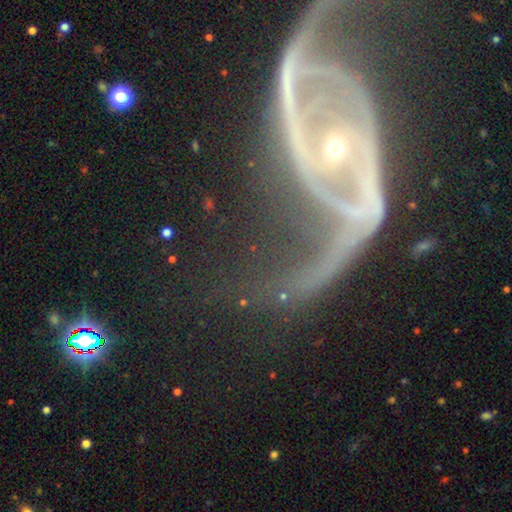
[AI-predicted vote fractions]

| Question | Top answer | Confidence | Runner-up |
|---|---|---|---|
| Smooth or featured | featured or disk | 78% | star or artifact (13%) |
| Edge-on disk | no | 91% | yes (9%) |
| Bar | no | 42% | strong (34%) |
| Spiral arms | yes | 80% | no (20%) |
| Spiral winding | loose | 45% | medium (34%) |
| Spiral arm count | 2 | 78% | can't tell (8%) |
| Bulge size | small | 78% | moderate (16%) |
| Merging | none | 39% | major disturbance (34%) |